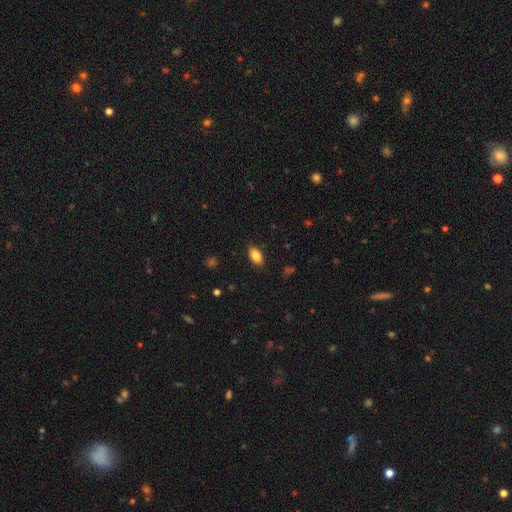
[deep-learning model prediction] Morphology: type=smooth (83%); roundness=in between (91%); merging=none (87%).